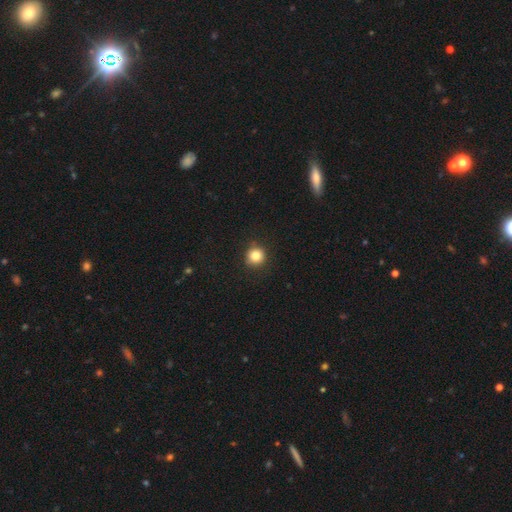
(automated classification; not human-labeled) Morphology: type=smooth (83%); roundness=round (93%); merging=none (88%).